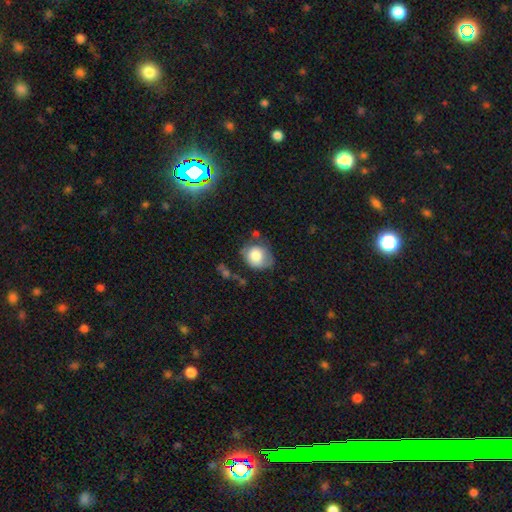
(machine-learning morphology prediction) This is likely a smooth galaxy (77%). How rounded: possibly round (59%). Merging: possibly none (51%).